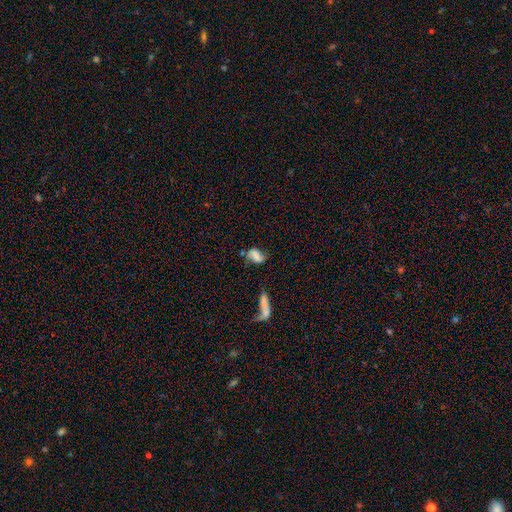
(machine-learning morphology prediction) smooth-or-featured: smooth: 56% | featured or disk: 33% | star or artifact: 11%
  how-rounded: in between: 85% | round: 9% | cigar-shaped: 6%
  merging: none: 48% | minor disturbance: 24% | major disturbance: 15% | merger: 12%